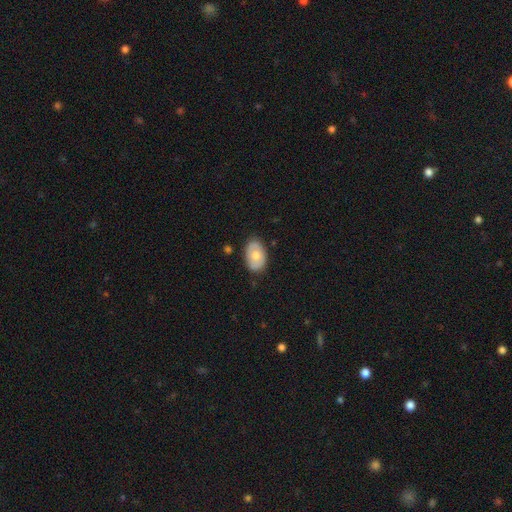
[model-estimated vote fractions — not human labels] This appears to be a smooth galaxy with no disk features (63%) that is in between round and cigar-shaped (88%). Merging: none (81%).